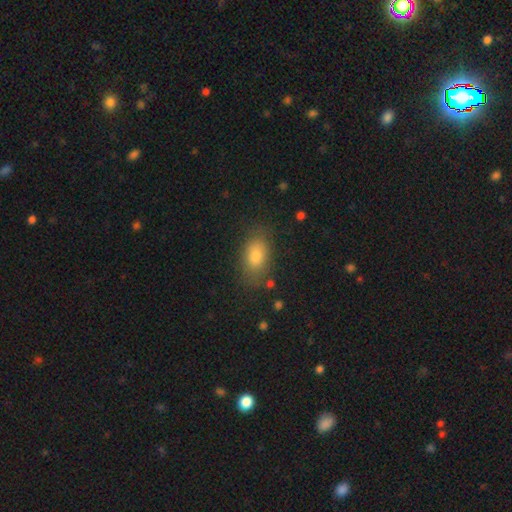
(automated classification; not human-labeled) This appears to be a smooth galaxy with no disk features (78%) that is in between round and cigar-shaped (85%). Merging: none (79%).